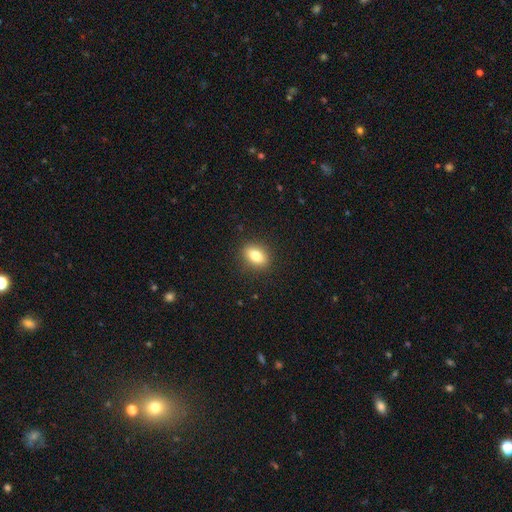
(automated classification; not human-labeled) A smooth galaxy with no disk features (81%) that is in between round and cigar-shaped (74%).

Vote fractions:
- Smooth or featured? smooth: 81% / featured or disk: 10% / star or artifact: 9%
- How rounded? in between: 74% / round: 23% / cigar-shaped: 3%
- Merging? none: 89% / minor disturbance: 8% / major disturbance: 2% / merger: 1%